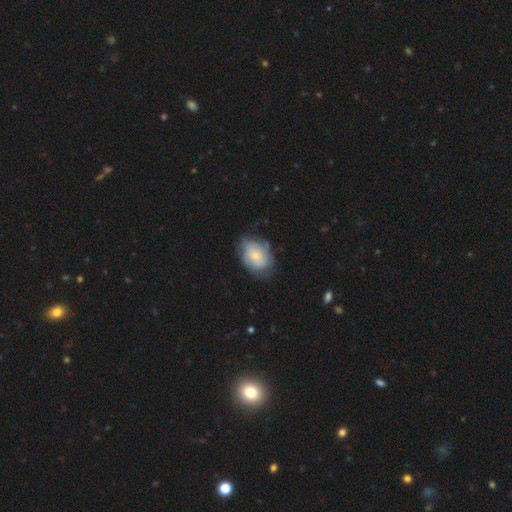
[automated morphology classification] The model was most divided on "smooth or featured": smooth: 61%, featured or disk: 32%, star or artifact: 7%. More confident: how rounded — in between (70%); merging — none (60%).